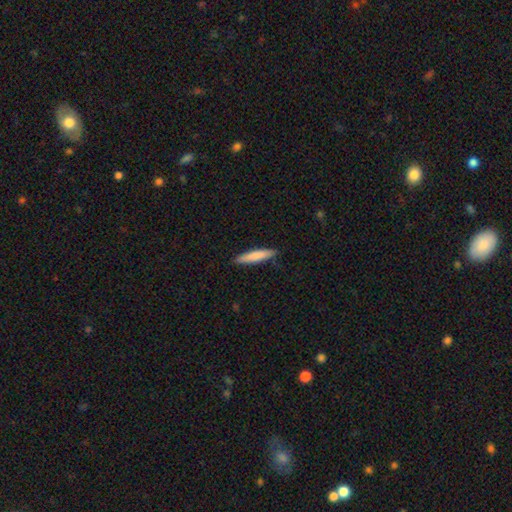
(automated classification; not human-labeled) Smooth or featured? Predicted: smooth (p=0.80). How rounded? Predicted: cigar-shaped (p=0.87). Merging? Predicted: none (p=0.87).